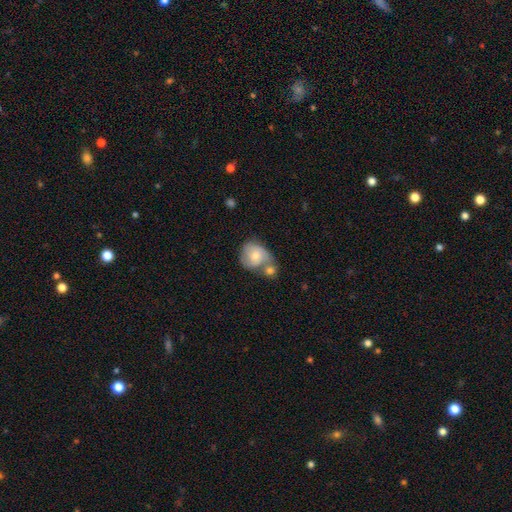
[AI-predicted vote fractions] Morphology: type=smooth (61%); roundness=round (65%); merging=merger (51%).